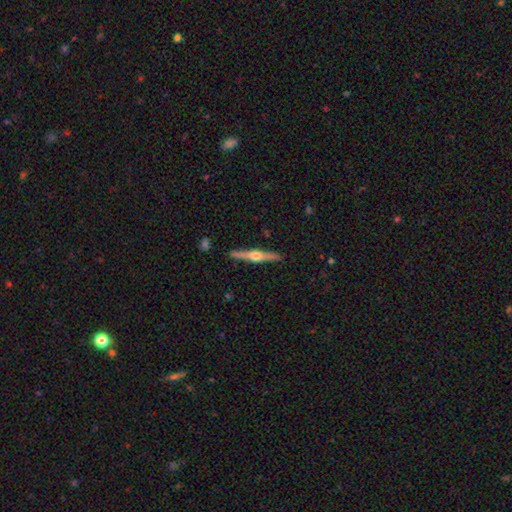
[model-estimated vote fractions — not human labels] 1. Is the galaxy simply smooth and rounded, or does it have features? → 75% featured or disk, 20% smooth, 5% star or artifact.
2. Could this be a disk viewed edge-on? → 98% yes, 2% no.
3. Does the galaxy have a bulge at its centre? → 94% rounded, 3% boxy, 2% none.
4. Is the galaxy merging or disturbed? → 90% none, 7% minor disturbance, 1% major disturbance, 1% merger.